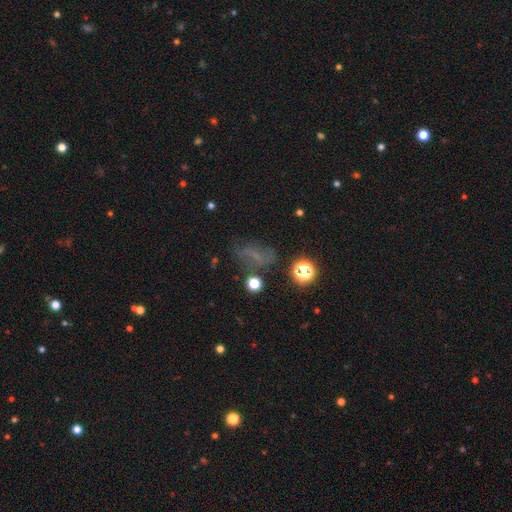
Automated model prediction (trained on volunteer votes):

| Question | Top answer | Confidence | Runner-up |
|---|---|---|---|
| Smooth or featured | smooth | 38% | star or artifact (33%) |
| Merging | none | 55% | minor disturbance (21%) |